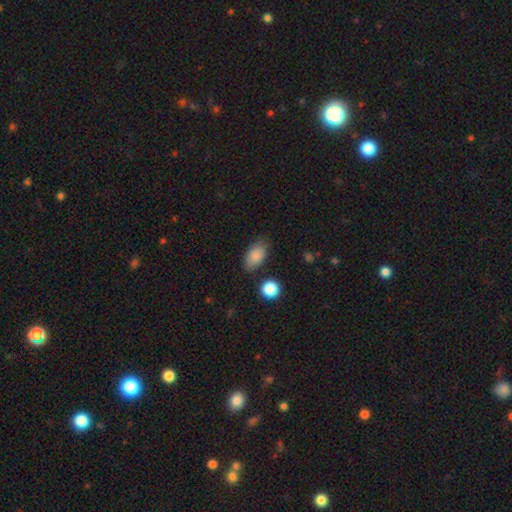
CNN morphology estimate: smooth_or_featured: smooth (p=0.86) [alt: star or artifact p=0.07]
how_rounded: in between (p=0.92) [alt: round p=0.06]
merging: none (p=0.78) [alt: minor disturbance p=0.14]